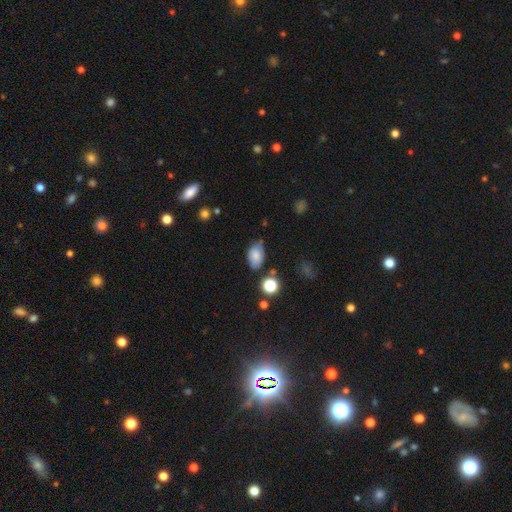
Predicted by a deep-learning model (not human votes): smooth-or-featured: smooth: 79% | featured or disk: 12% | star or artifact: 10%
  how-rounded: in between: 89% | round: 10% | cigar-shaped: 2%
  merging: none: 60% | minor disturbance: 29% | major disturbance: 6% | merger: 5%